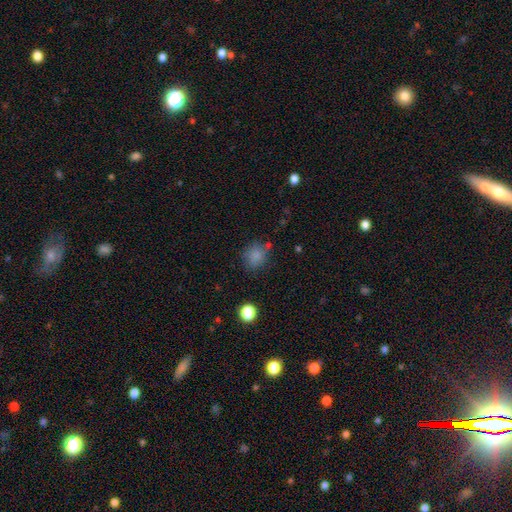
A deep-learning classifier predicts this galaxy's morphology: The model was most divided on "how rounded": round: 68%, in between: 31%, cigar-shaped: 1%. More confident: smooth or featured — smooth (80%); merging — none (66%).